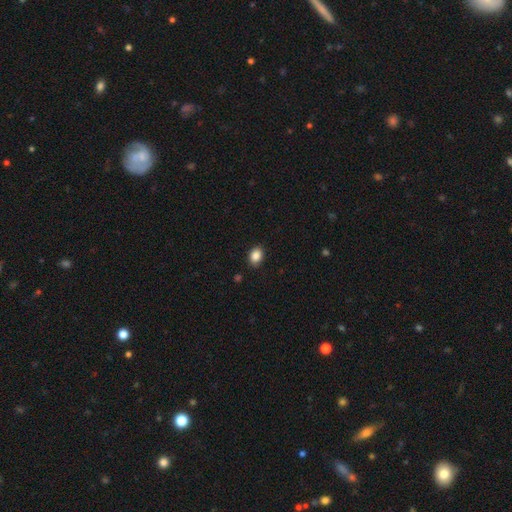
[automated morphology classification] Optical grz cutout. It shows a smooth galaxy with no disk features (88%) that is in between round and cigar-shaped (64%). Merging: none (88%).